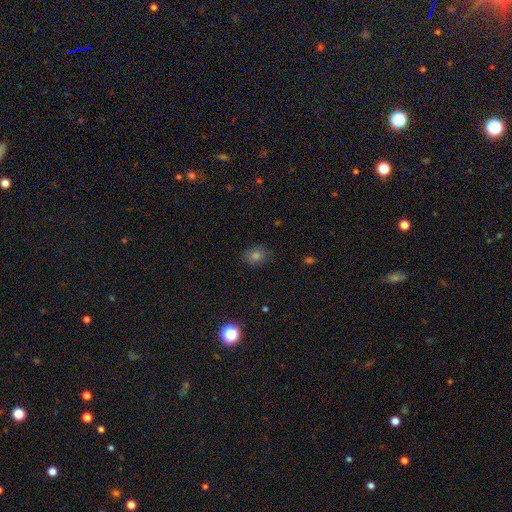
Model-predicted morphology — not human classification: type=smooth (71%); roundness=round (58%); merging=none (83%).